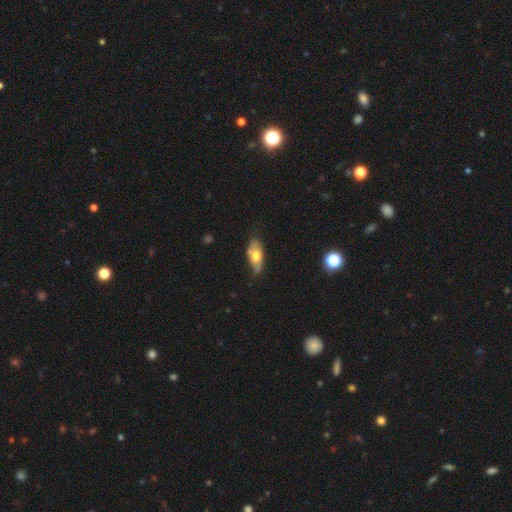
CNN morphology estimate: smooth_or_featured: smooth (p=0.55) [alt: featured or disk p=0.38]
how_rounded: in between (p=0.82) [alt: cigar-shaped p=0.15]
merging: none (p=0.59) [alt: minor disturbance p=0.30]